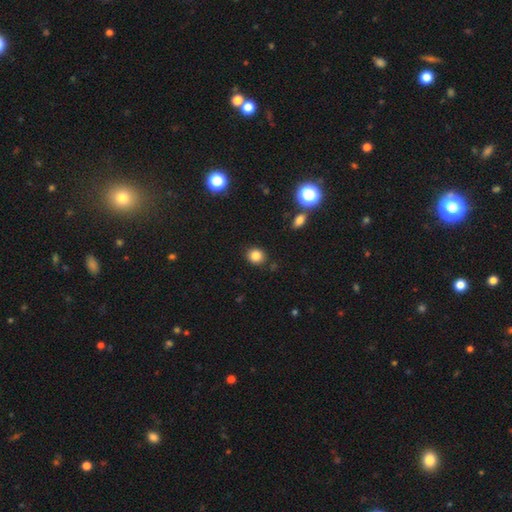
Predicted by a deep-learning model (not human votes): Smooth or featured? smooth (83%)
How rounded? round (76%)
Merging? none (88%)